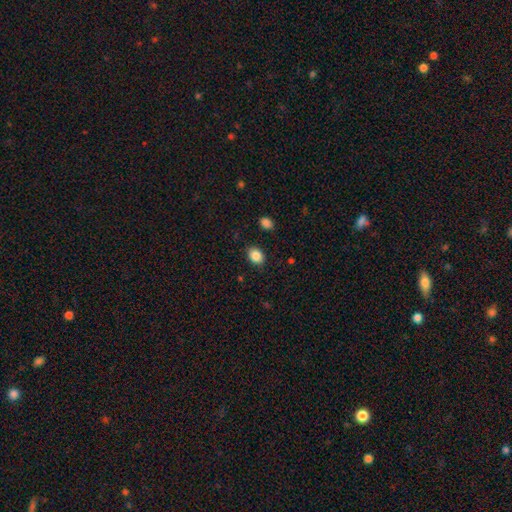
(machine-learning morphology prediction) smooth-or-featured: smooth: 87% | star or artifact: 9% | featured or disk: 4%
  how-rounded: in between: 61% | round: 38% | cigar-shaped: 1%
  merging: none: 87% | minor disturbance: 9% | major disturbance: 2% | merger: 2%